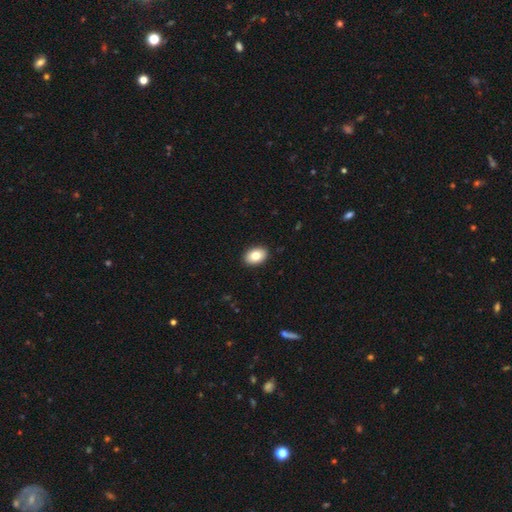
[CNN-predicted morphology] This appears to be a smooth galaxy with no disk features (82%) that is in between round and cigar-shaped (86%). Merging: none (91%).